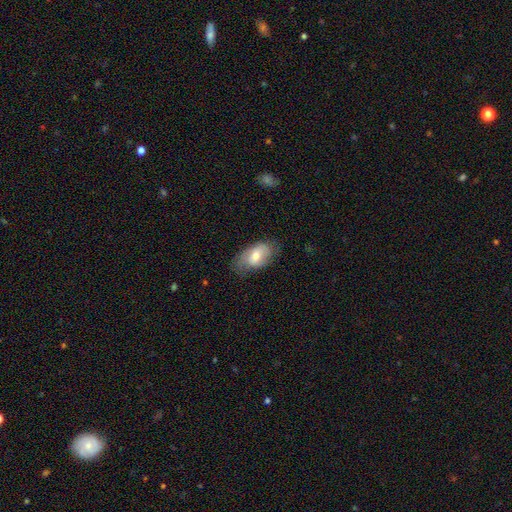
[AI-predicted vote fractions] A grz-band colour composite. It shows a smooth galaxy with no disk features (60%) that is in between round and cigar-shaped (91%). Merging: none (61%).